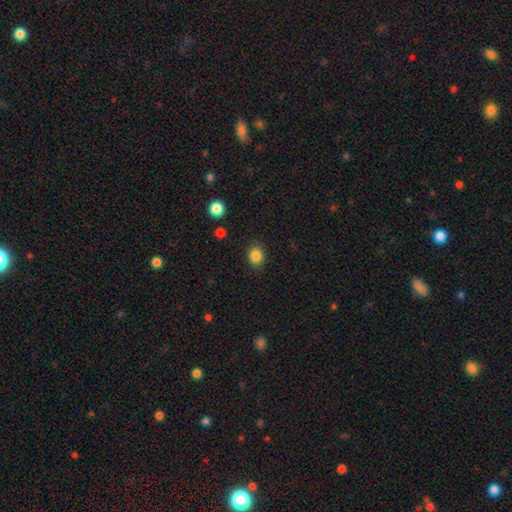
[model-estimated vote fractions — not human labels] A smooth galaxy with no disk features (85%) that is round (65%).

Vote fractions:
- Smooth or featured? smooth: 85% / star or artifact: 11% / featured or disk: 4%
- How rounded? round: 65% / in between: 34% / cigar-shaped: 1%
- Merging? none: 86% / minor disturbance: 10% / major disturbance: 3% / merger: 1%